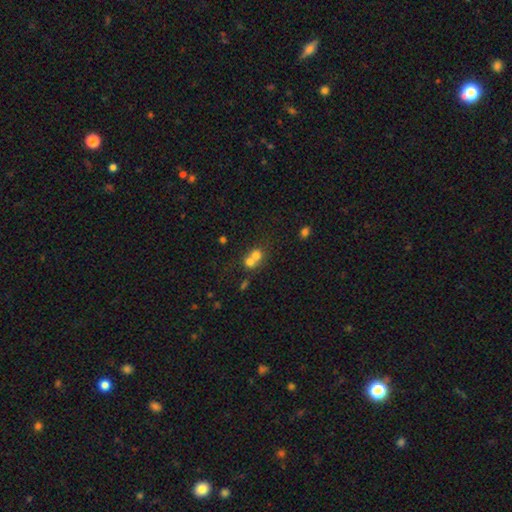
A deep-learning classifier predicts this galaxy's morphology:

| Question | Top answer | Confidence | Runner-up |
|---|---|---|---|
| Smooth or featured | smooth | 70% | featured or disk (18%) |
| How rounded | round | 77% | in between (22%) |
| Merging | merger | 68% | none (25%) |